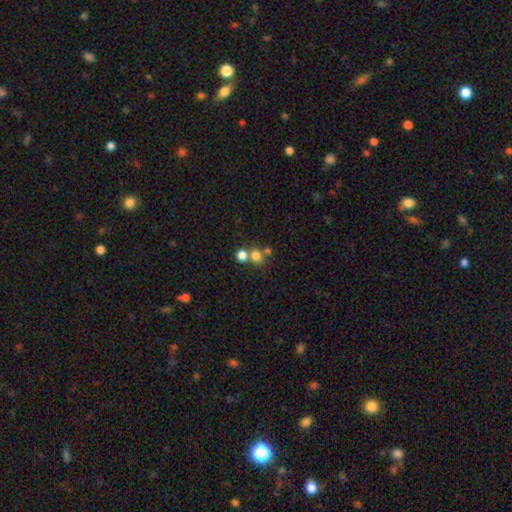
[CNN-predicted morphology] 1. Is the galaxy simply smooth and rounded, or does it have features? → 74% smooth, 16% star or artifact, 9% featured or disk.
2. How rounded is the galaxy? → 86% round, 13% in between, 1% cigar-shaped.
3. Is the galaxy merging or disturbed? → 54% none, 35% merger, 7% minor disturbance, 4% major disturbance.